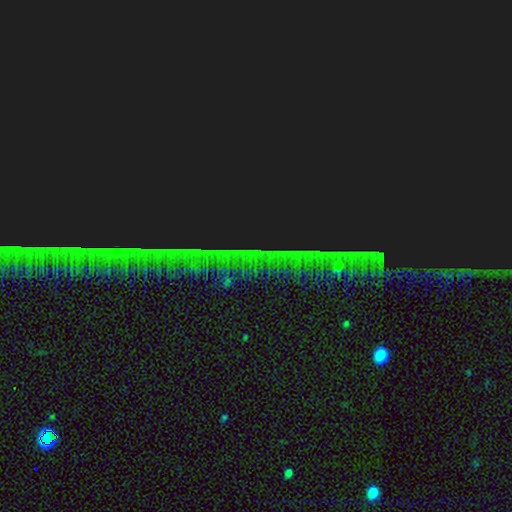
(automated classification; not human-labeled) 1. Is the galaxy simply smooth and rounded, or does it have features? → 84% star or artifact, 8% featured or disk, 8% smooth.